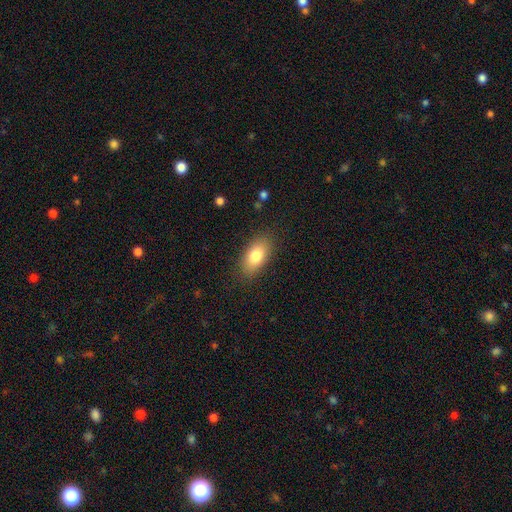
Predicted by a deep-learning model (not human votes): A smooth galaxy with no disk features (81%) that is in between round and cigar-shaped (89%). Merging: none (85%).